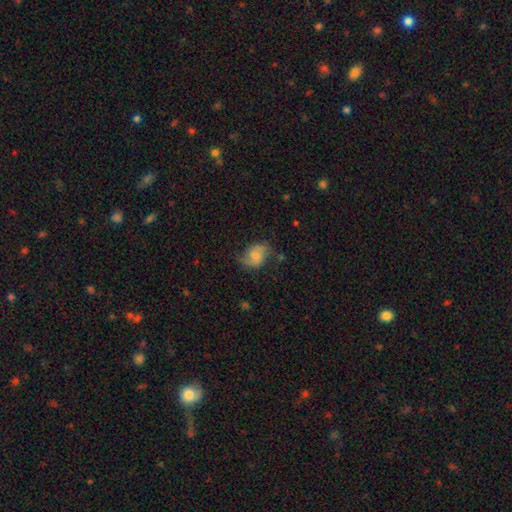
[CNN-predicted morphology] Smooth or featured? featured or disk (54%)
Edge-on disk? no (97%)
Bar? no (57%)
Spiral arms? yes (87%)
Bulge size? small (44%)
Merging? none (61%)